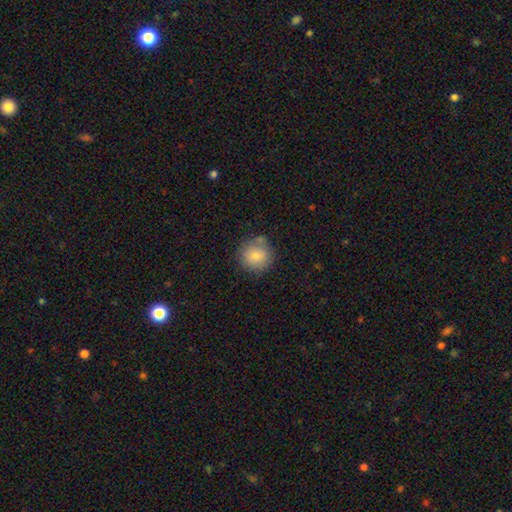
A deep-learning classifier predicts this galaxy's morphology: A smooth galaxy with no disk features (81%) that is round (93%). Merging: none (76%).